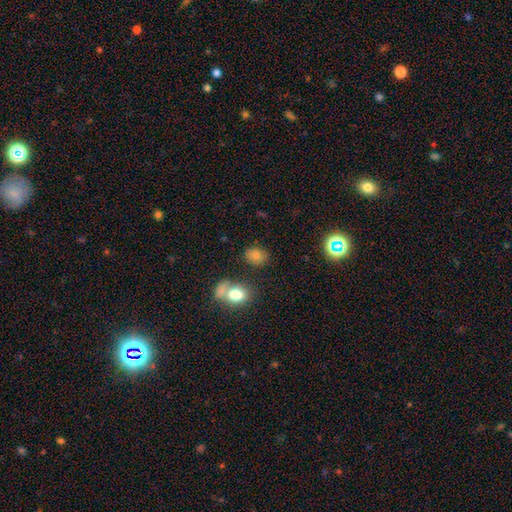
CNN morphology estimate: Q: Smooth or featured?
A: smooth (77%); runner-up: star or artifact (13%)
Q: How rounded?
A: in between (55%); runner-up: round (44%)
Q: Merging?
A: none (75%); runner-up: minor disturbance (12%)